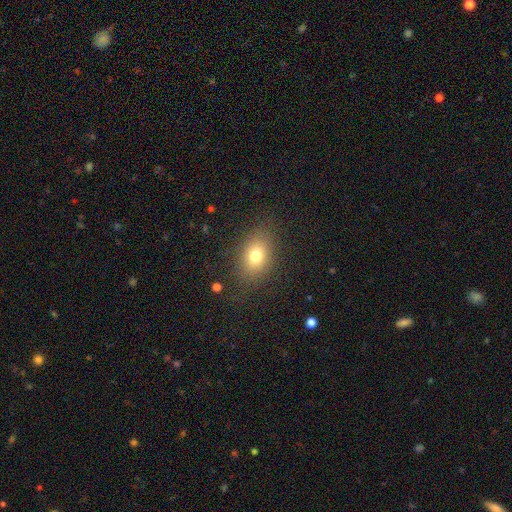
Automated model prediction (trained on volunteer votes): A smooth galaxy with no disk features (76%) that is in between round and cigar-shaped (75%). Merging: none (82%).